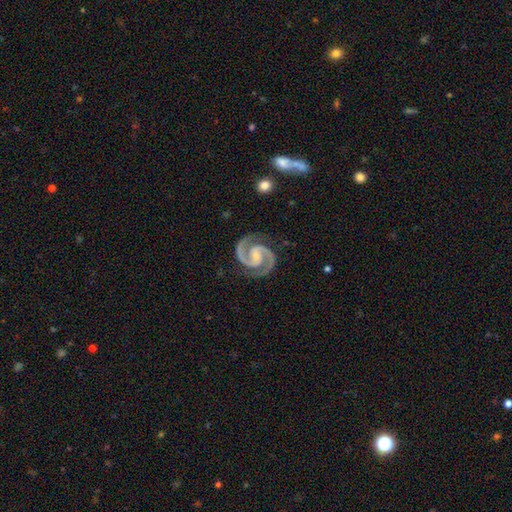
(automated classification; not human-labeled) This appears to be a featured or disk galaxy (95%) with no bar (42%), 2 (95%) medium (59%) spiral arms (99%) and a small central bulge (69%). Merging: none (86%).